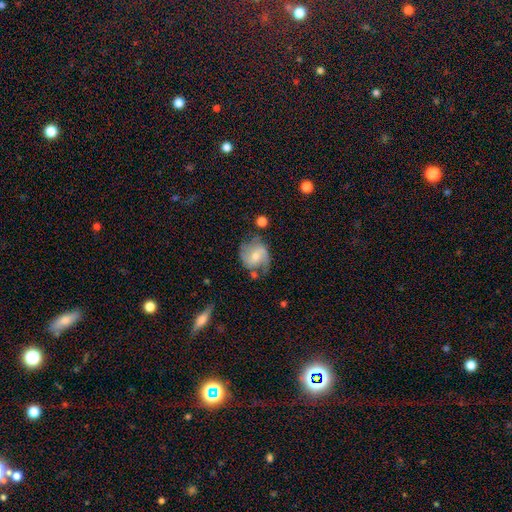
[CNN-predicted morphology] smooth_or_featured: featured or disk (p=0.64) [alt: smooth p=0.28]
disk_edge_on: no (p=0.97) [alt: yes p=0.03]
bar: weak (p=0.44) [alt: no p=0.42]
has_spiral_arms: yes (p=0.86) [alt: no p=0.14]
spiral_winding: medium (p=0.44) [alt: loose p=0.36]
spiral_arm_count: 2 (p=0.79) [alt: can't tell p=0.11]
bulge_size: moderate (p=0.52) [alt: small p=0.39]
merging: none (p=0.57) [alt: minor disturbance p=0.25]